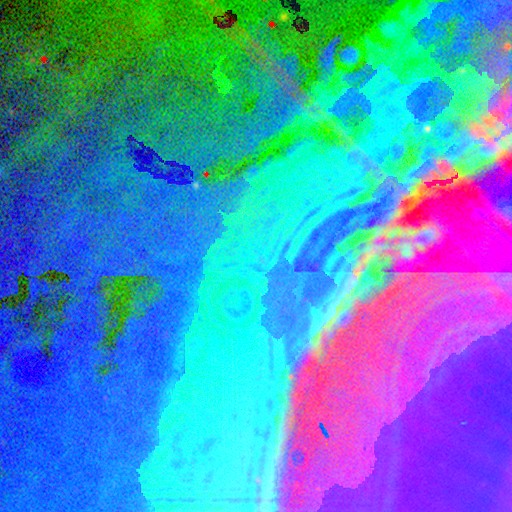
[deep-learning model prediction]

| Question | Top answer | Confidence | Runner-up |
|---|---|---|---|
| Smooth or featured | star or artifact | 83% | featured or disk (11%) |